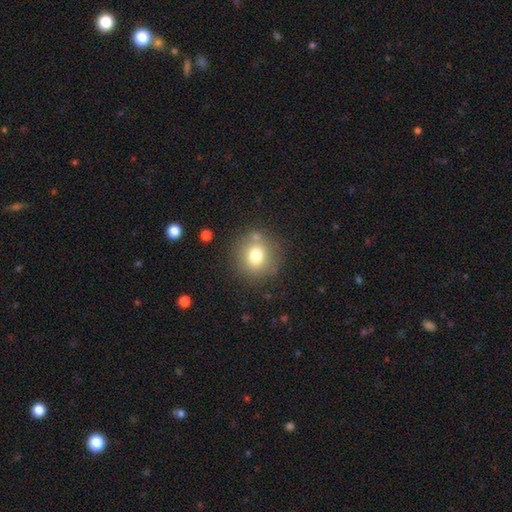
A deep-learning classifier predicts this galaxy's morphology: This is likely a smooth galaxy (75%). How rounded: clearly round (88%). Merging: likely none (79%).